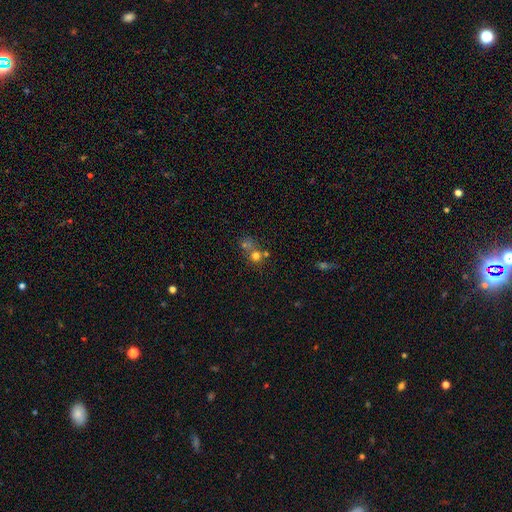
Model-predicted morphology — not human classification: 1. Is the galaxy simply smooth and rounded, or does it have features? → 66% smooth, 19% star or artifact, 14% featured or disk.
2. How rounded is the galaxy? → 85% round, 14% in between, 1% cigar-shaped.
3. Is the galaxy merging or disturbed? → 46% merger, 43% none, 7% minor disturbance, 4% major disturbance.